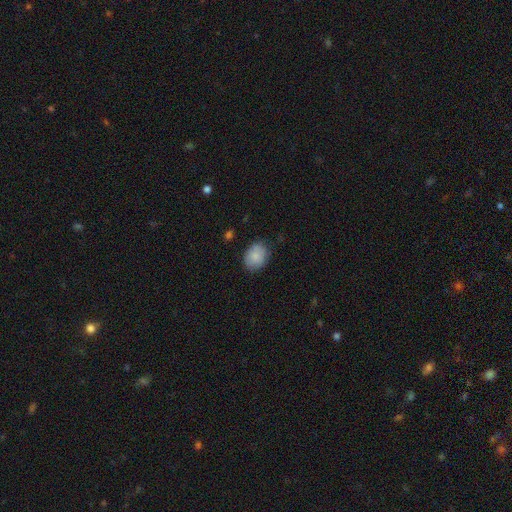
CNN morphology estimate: Smooth or featured? Predicted: smooth (p=0.85). How rounded? Predicted: in between (p=0.61). Merging? Predicted: none (p=0.80).